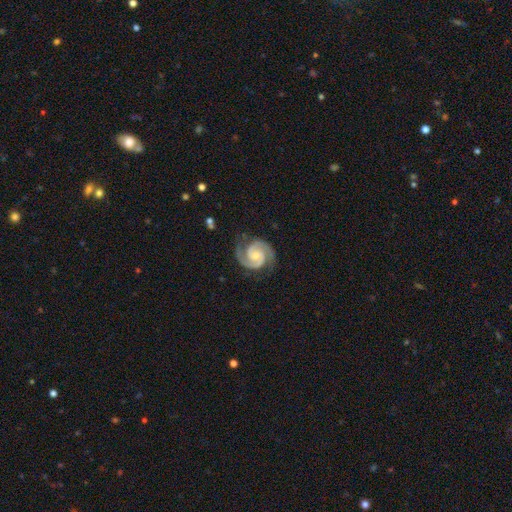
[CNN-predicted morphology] The model was most divided on "spiral winding": tight: 52%, medium: 43%, loose: 5%. More confident: spiral arms — yes (99%); edge-on disk — no (98%); spiral arm count — 2 (94%); smooth or featured — featured or disk (93%); merging — none (81%); bar — no (52%); bulge size — small (51%).